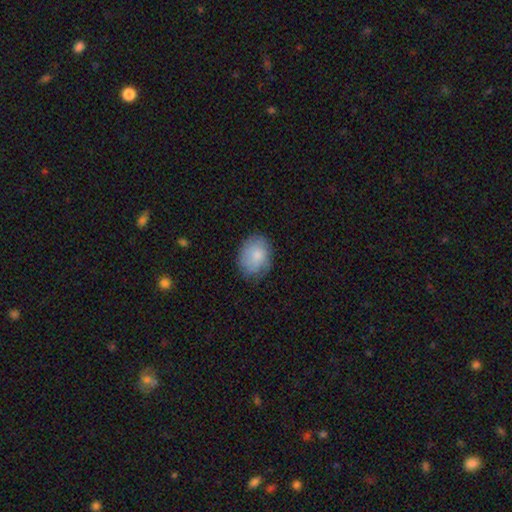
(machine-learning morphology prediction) A smooth galaxy with no disk features (78%) that is in between round and cigar-shaped (67%).

Vote fractions:
- Smooth or featured? smooth: 78% / featured or disk: 15% / star or artifact: 7%
- How rounded? in between: 67% / round: 32% / cigar-shaped: 1%
- Merging? none: 70% / minor disturbance: 23% / major disturbance: 6% / merger: 1%